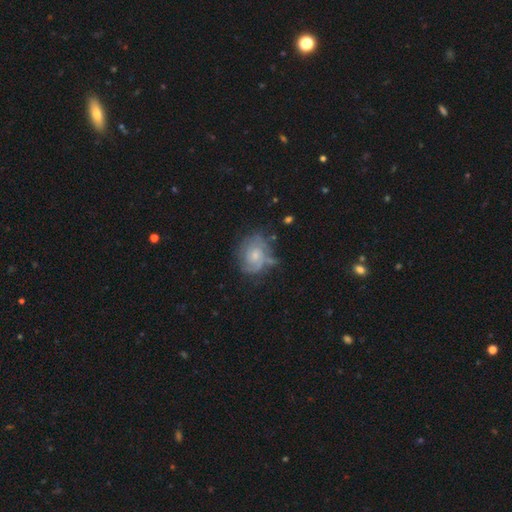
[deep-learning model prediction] This appears to be a featured or disk galaxy (67%) with no bar (73%), 2 (35%, tied with can't tell) tight (52%) spiral arms (85%) and a small central bulge (54%). Merging: none (55%).